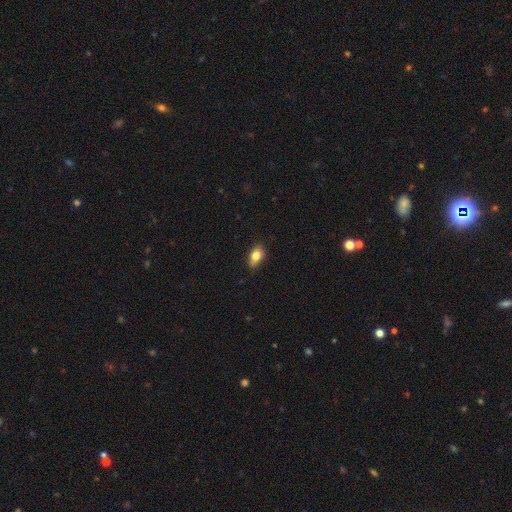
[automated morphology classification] This is clearly a smooth galaxy (81%). How rounded: clearly in between (85%). Merging: likely none (76%).